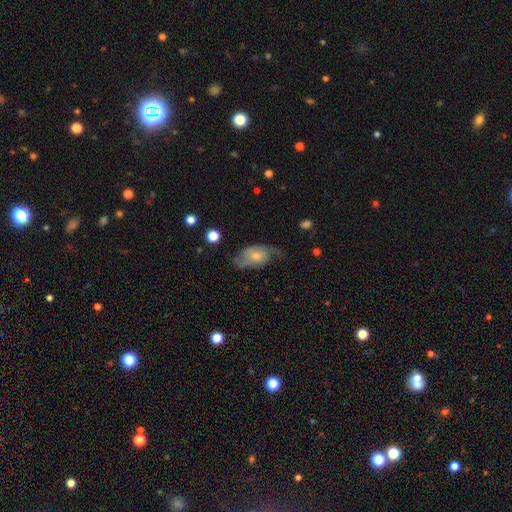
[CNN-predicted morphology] smooth_or_featured: featured or disk (p=0.52) [alt: smooth p=0.41]
disk_edge_on: no (p=0.93) [alt: yes p=0.07]
merging: none (p=0.43) [alt: minor disturbance p=0.30]